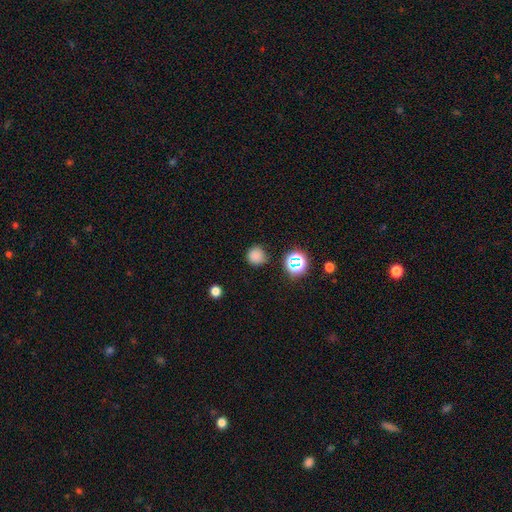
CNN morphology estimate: type=smooth (77%); roundness=round (92%); merging=none (84%).